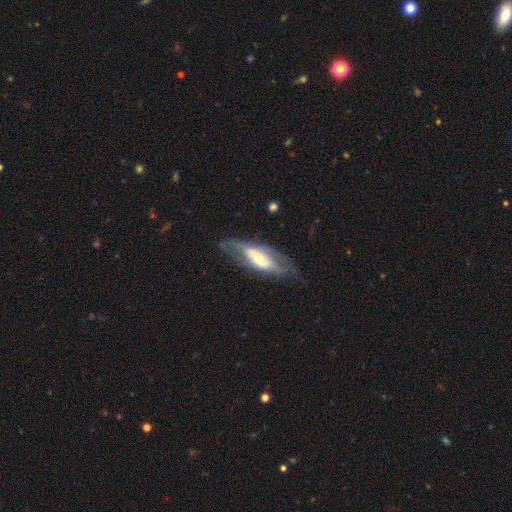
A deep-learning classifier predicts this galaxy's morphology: Overall: featured or disk (67%; smooth 27%). Edge-on disk: no (69%; yes 31%). Merging: none (69%).